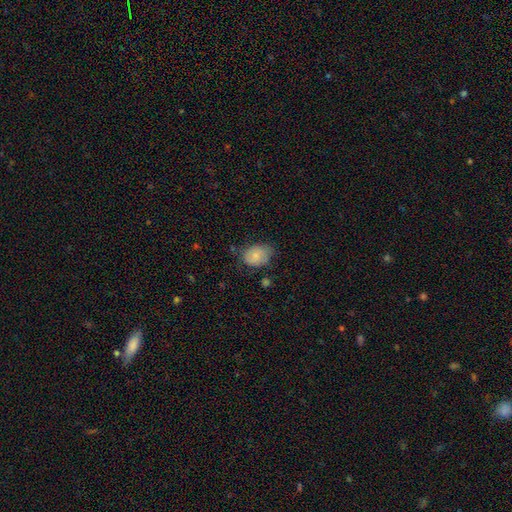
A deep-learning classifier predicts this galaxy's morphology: This appears to be a smooth galaxy with no disk features (80%) that is in between round and cigar-shaped (70%). Merging: none (57%).